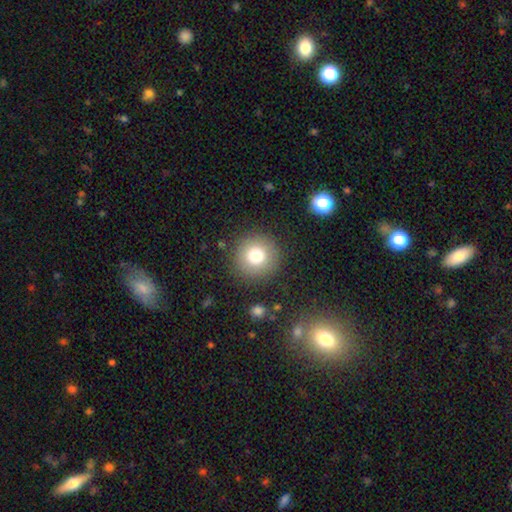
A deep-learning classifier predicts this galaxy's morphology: smooth-or-featured: smooth: 77% | featured or disk: 12% | star or artifact: 11%
  how-rounded: round: 95% | in between: 4% | cigar-shaped: 1%
  merging: none: 88% | minor disturbance: 7% | major disturbance: 3% | merger: 2%